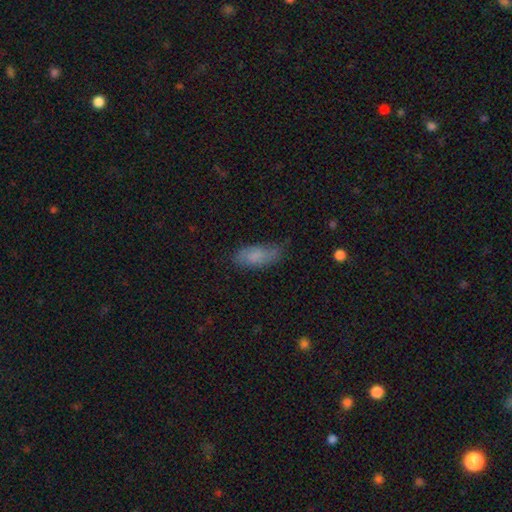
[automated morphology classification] Smooth or featured? smooth (77%)
How rounded? in between (79%)
Merging? none (68%)